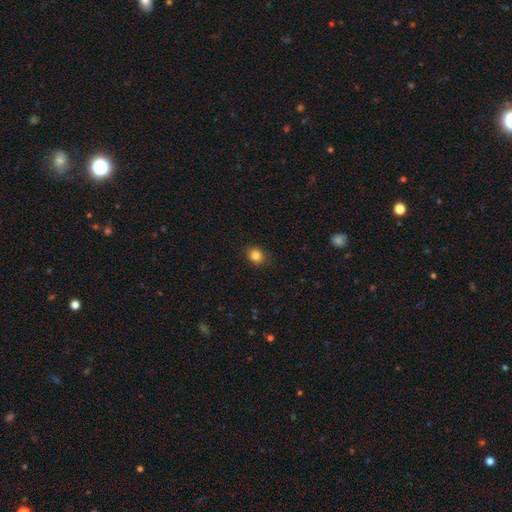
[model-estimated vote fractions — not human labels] Smooth or featured? Predicted: smooth (p=0.84). How rounded? Predicted: round (p=0.51). Merging? Predicted: none (p=0.88).